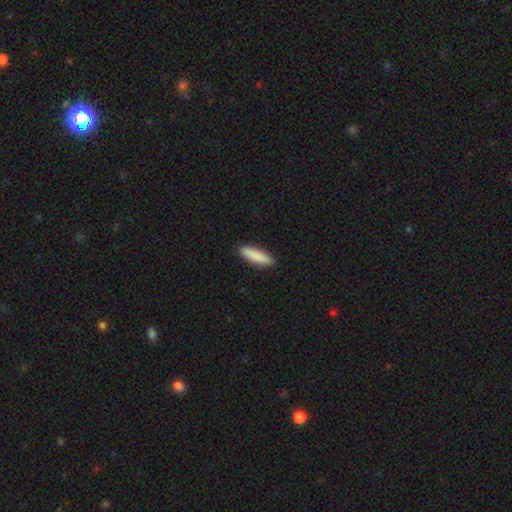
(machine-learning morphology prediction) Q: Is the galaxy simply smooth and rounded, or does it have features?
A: smooth — 87%.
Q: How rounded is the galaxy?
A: cigar-shaped — 73%.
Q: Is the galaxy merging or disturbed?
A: none — 91%.